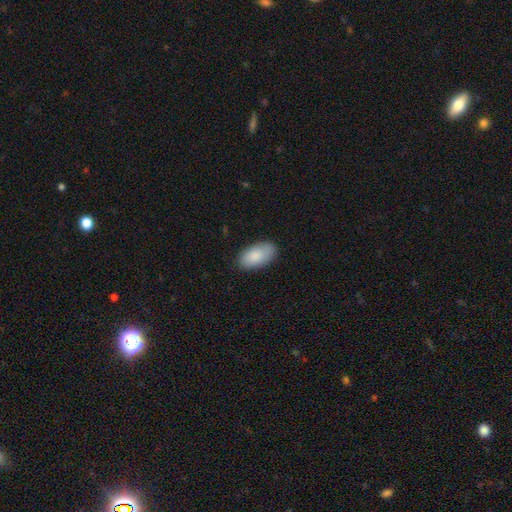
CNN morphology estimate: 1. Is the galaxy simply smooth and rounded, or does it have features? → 87% smooth, 7% featured or disk, 6% star or artifact.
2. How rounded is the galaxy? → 95% in between, 3% cigar-shaped, 2% round.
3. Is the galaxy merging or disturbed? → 85% none, 12% minor disturbance, 2% major disturbance, 1% merger.